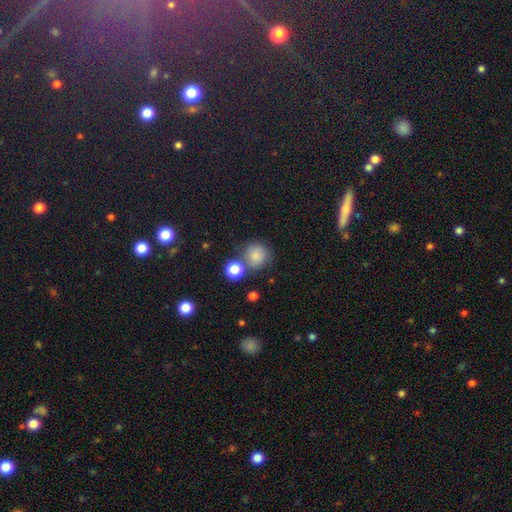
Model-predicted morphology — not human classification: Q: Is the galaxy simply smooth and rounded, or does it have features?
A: smooth — 82%.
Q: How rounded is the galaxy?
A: round — 90%.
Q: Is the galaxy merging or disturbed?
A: none — 69%.